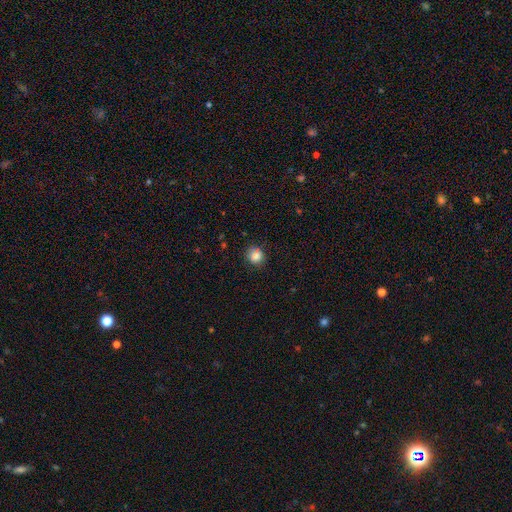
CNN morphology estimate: smooth-or-featured: smooth: 84% | star or artifact: 11% | featured or disk: 5%
  how-rounded: round: 82% | in between: 17% | cigar-shaped: 1%
  merging: none: 82% | minor disturbance: 13% | major disturbance: 3% | merger: 2%